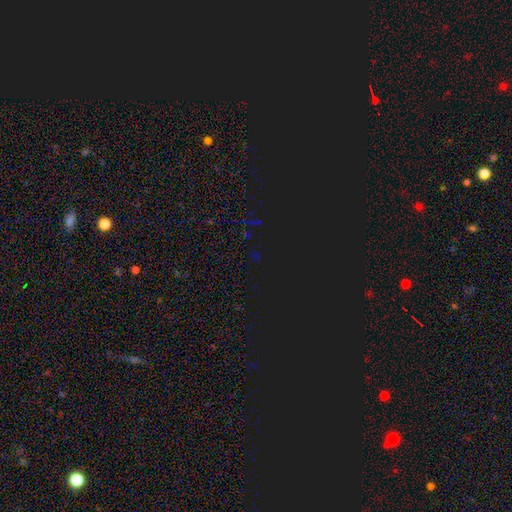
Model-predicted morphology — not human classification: Smooth or featured: star or artifact — 81% (smooth — 12%)